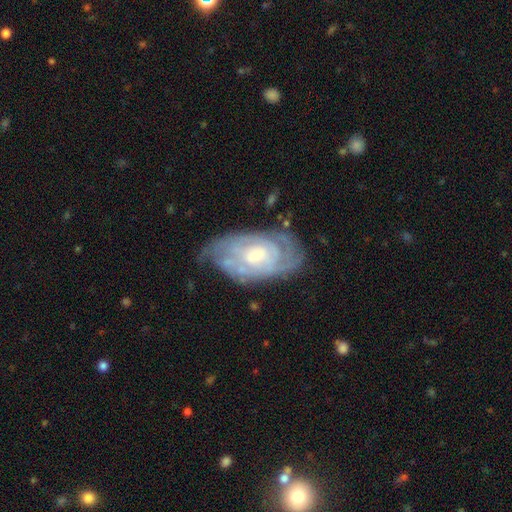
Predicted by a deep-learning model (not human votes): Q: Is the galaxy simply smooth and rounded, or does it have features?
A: featured or disk — 82%.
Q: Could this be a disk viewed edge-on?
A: no — 95%.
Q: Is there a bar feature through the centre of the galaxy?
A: no — 65%.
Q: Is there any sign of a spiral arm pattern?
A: yes — 92%.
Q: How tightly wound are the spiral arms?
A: tight — 74%.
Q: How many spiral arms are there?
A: can't tell — 49%.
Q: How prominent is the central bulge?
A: moderate — 49%.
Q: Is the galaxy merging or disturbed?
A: none — 63%.